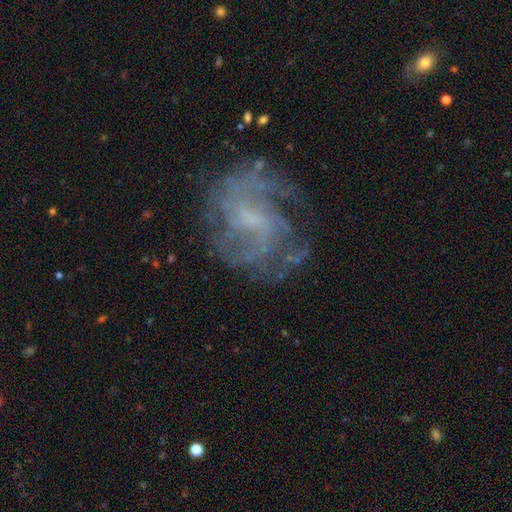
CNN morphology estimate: A featured or disk galaxy (80%) with a weak bar (49%), medium (45%) spiral arms (88%) and a small central bulge (39%).

Vote fractions:
- Smooth or featured? featured or disk: 80% / smooth: 10% / star or artifact: 9%
- Edge-on disk? no: 98% / yes: 2%
- Bar? weak: 49% / no: 41% / strong: 10%
- Spiral arms? yes: 88% / no: 12%
- Spiral winding? medium: 45% / tight: 35% / loose: 20%
- Spiral arm count? can't tell: 35% / 2: 28% / 3: 18% / 4: 8% / 1: 5% / more than 4: 5%
- Bulge size? small: 39% / none: 33% / moderate: 24% / large: 3% / dominant: 1%
- Merging? none: 66% / minor disturbance: 17% / major disturbance: 15% / merger: 2%